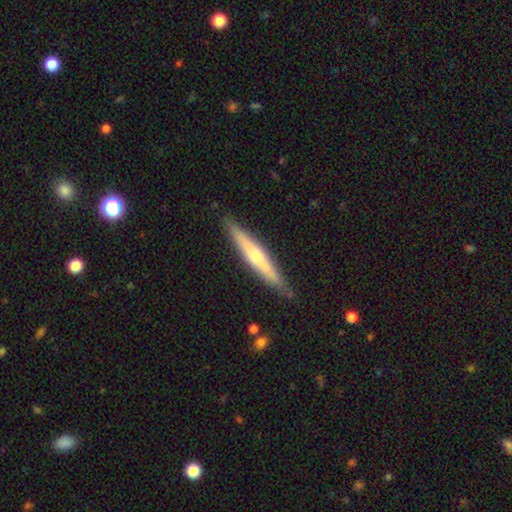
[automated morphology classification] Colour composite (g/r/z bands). It shows a featured or disk galaxy (60%) viewed edge-on (95%) with a rounded central bulge (73%). Merging: none (89%).